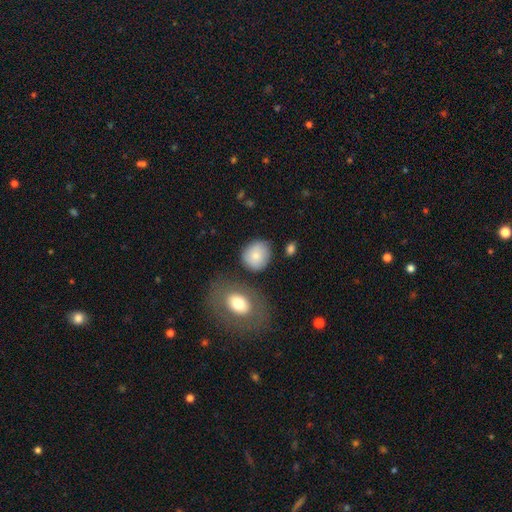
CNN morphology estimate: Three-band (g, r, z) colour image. It shows a smooth galaxy with no disk features (79%) that is round (77%). Merging: none (75%).